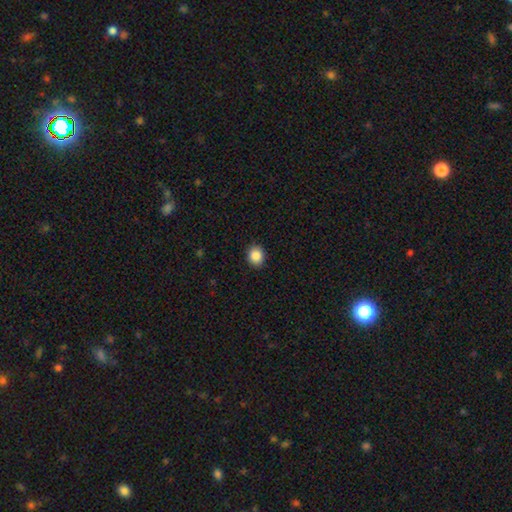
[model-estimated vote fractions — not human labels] A smooth galaxy with no disk features (88%) that is round (74%). Merging: none (90%).